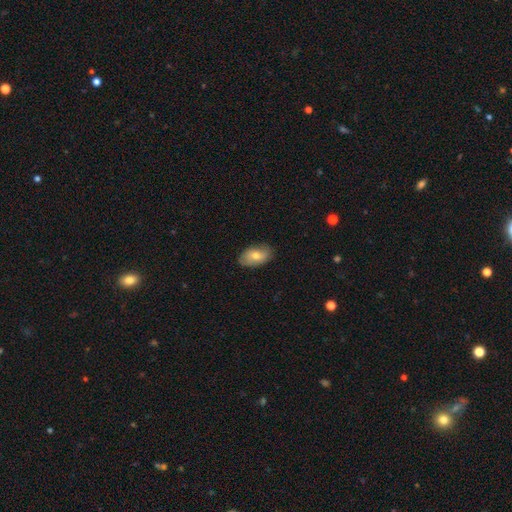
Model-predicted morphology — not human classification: This is likely a smooth galaxy (66%). How rounded: clearly in between (92%). Merging: clearly none (80%).